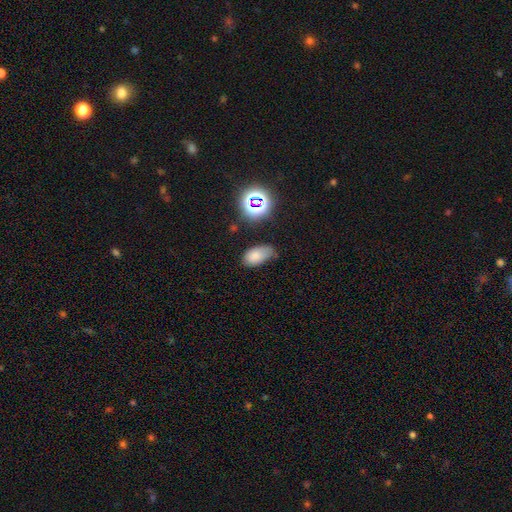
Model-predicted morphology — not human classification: A smooth galaxy with no disk features (74%) that is in between round and cigar-shaped (91%).

Vote fractions:
- Smooth or featured? smooth: 74% / star or artifact: 16% / featured or disk: 10%
- How rounded? in between: 91% / round: 7% / cigar-shaped: 2%
- Merging? none: 51% / minor disturbance: 36% / major disturbance: 9% / merger: 4%